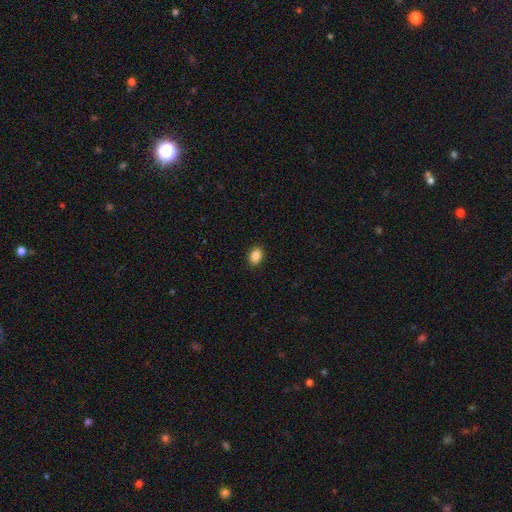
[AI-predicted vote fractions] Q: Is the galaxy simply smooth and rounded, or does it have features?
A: smooth — 87%.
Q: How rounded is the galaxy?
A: in between — 77%.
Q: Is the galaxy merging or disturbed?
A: none — 90%.